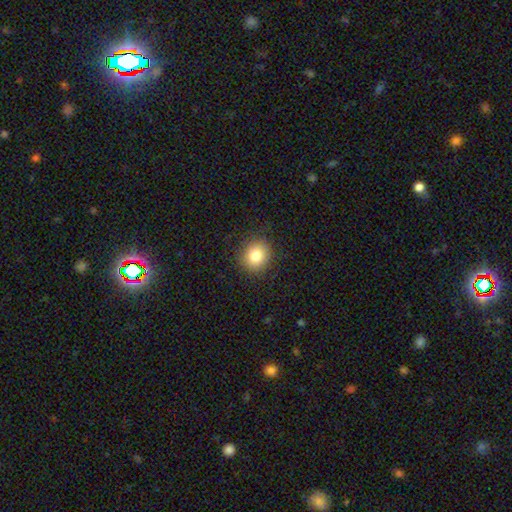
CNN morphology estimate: Smooth or featured? Predicted: smooth (p=0.82). How rounded? Predicted: round (p=0.83). Merging? Predicted: none (p=0.88).